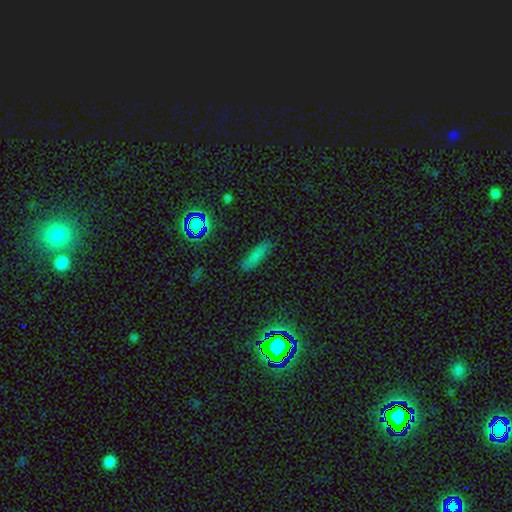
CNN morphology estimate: A smooth galaxy with no disk features (71%) that is cigar-shaped (74%). Merging: none (82%).